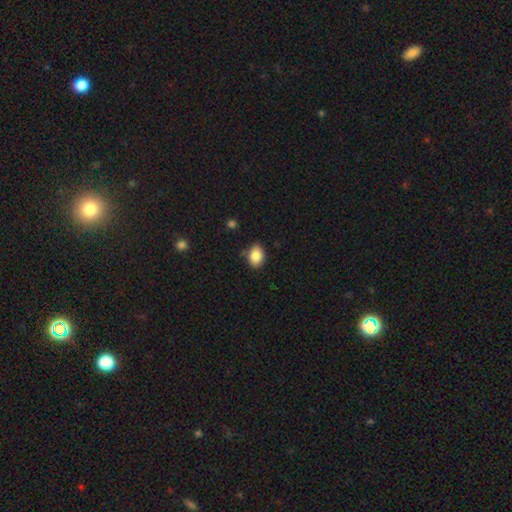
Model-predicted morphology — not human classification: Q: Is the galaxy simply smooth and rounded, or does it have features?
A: smooth — 87%.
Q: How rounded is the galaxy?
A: in between — 72%.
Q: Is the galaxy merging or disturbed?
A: none — 82%.